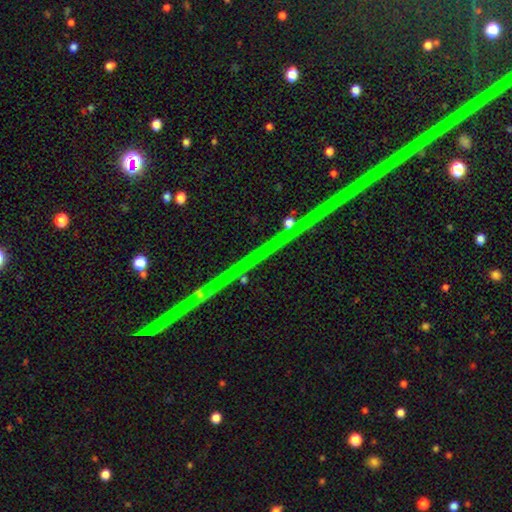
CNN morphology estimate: Smooth or featured? star or artifact (83%)